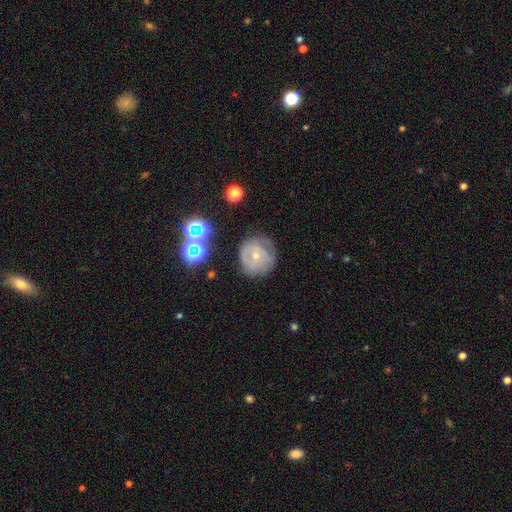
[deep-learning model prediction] Q: Smooth or featured?
A: featured or disk (58%); runner-up: smooth (31%)
Q: Edge-on disk?
A: no (97%); runner-up: yes (3%)
Q: Bar?
A: no (68%); runner-up: weak (26%)
Q: Spiral arms?
A: yes (73%); runner-up: no (27%)
Q: Bulge size?
A: small (62%); runner-up: moderate (35%)
Q: Merging?
A: none (62%); runner-up: minor disturbance (24%)